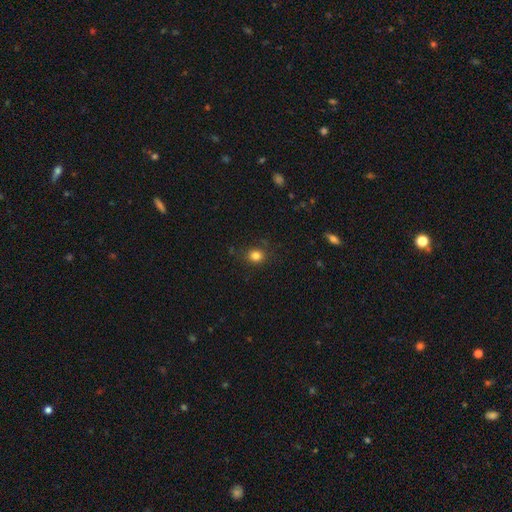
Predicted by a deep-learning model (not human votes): A smooth galaxy with no disk features (83%) that is round (71%).

Vote fractions:
- Smooth or featured? smooth: 83% / star or artifact: 12% / featured or disk: 5%
- How rounded? round: 71% / in between: 28% / cigar-shaped: 1%
- Merging? none: 84% / minor disturbance: 11% / major disturbance: 3% / merger: 1%